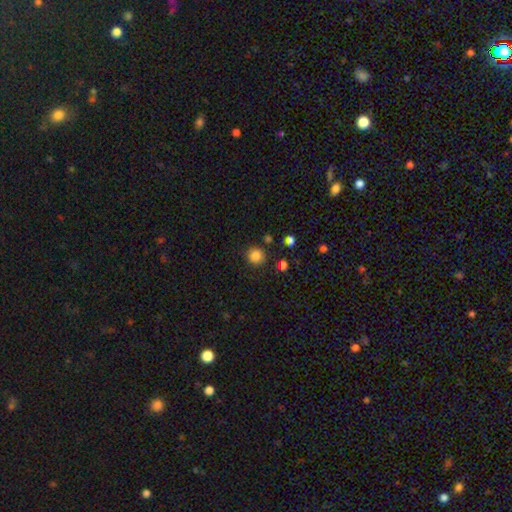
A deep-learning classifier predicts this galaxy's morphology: smooth_or_featured: smooth (p=0.84) [alt: star or artifact p=0.12]
how_rounded: round (p=0.91) [alt: in between p=0.08]
merging: none (p=0.86) [alt: minor disturbance p=0.08]